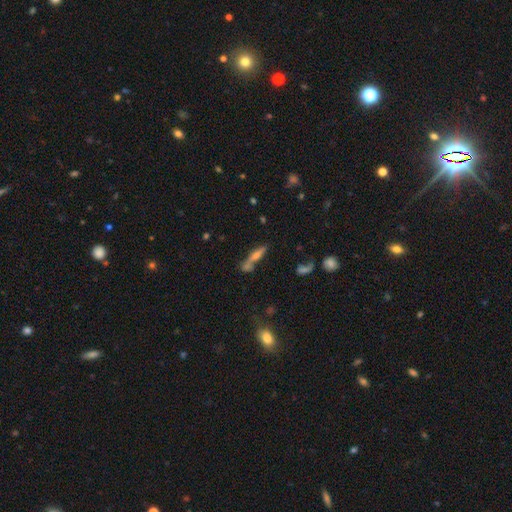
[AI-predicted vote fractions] Smooth or featured: smooth — 44% (featured or disk — 41%)
Merging: none — 52% (merger — 25%)